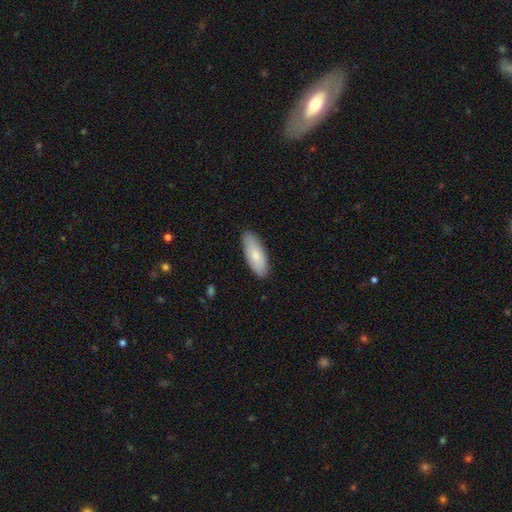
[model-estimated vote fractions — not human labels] smooth-or-featured: smooth: 80% | featured or disk: 15% | star or artifact: 6%
  how-rounded: in between: 75% | cigar-shaped: 23% | round: 2%
  merging: none: 87% | minor disturbance: 10% | major disturbance: 2% | merger: 1%